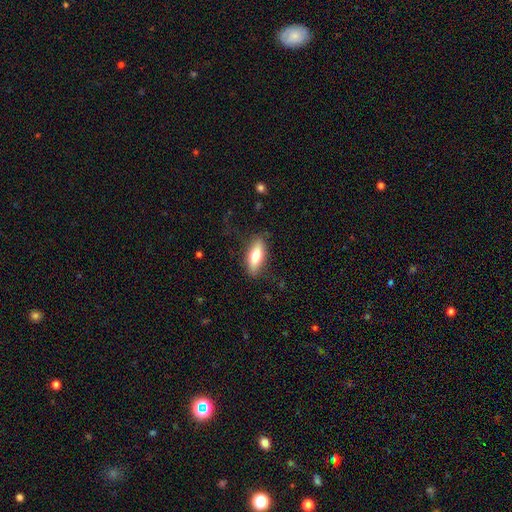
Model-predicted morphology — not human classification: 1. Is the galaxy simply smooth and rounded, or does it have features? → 70% smooth, 24% featured or disk, 6% star or artifact.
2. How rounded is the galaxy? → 66% in between, 32% cigar-shaped, 3% round.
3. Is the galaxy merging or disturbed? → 79% none, 15% minor disturbance, 5% major disturbance, 1% merger.